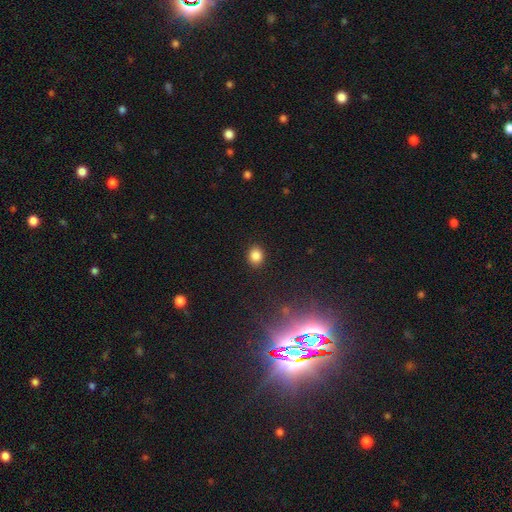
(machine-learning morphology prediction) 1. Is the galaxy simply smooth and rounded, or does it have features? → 85% smooth, 11% star or artifact, 4% featured or disk.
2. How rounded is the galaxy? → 67% round, 32% in between, 1% cigar-shaped.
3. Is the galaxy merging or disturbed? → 90% none, 7% minor disturbance, 2% major disturbance, 1% merger.